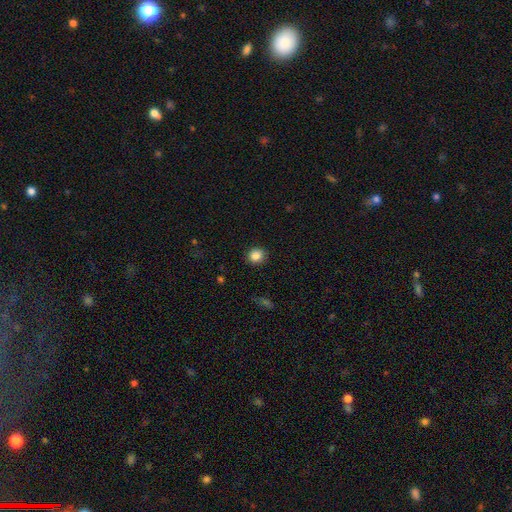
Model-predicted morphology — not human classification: A smooth galaxy with no disk features (85%) that is round (84%).

Vote fractions:
- Smooth or featured? smooth: 85% / star or artifact: 10% / featured or disk: 5%
- How rounded? round: 84% / in between: 15% / cigar-shaped: 1%
- Merging? none: 90% / minor disturbance: 7% / major disturbance: 2% / merger: 1%